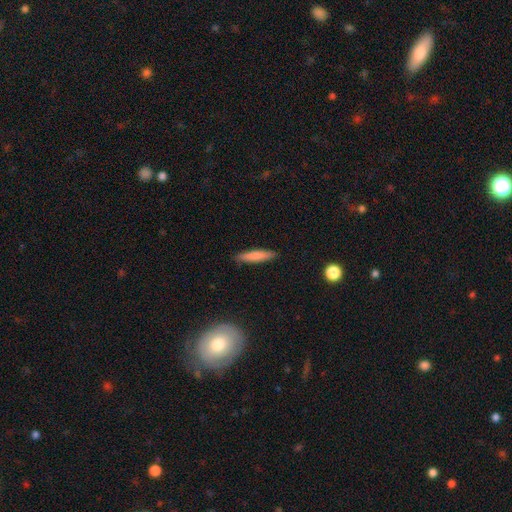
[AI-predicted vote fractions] This is clearly a smooth galaxy (80%). How rounded: clearly cigar-shaped (86%). Merging: clearly none (89%).